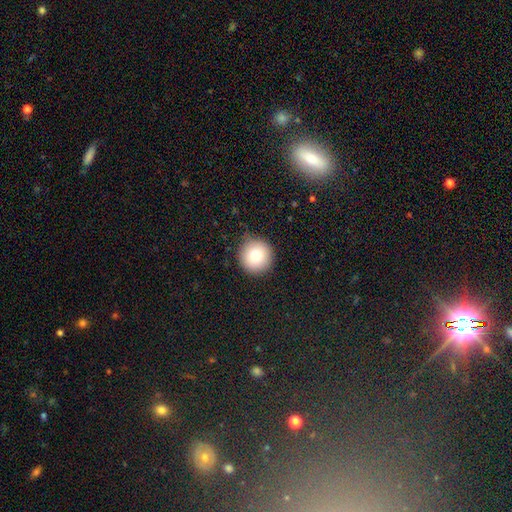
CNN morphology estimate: Smooth or featured? Predicted: smooth (p=0.82). How rounded? Predicted: round (p=0.96). Merging? Predicted: none (p=0.85).